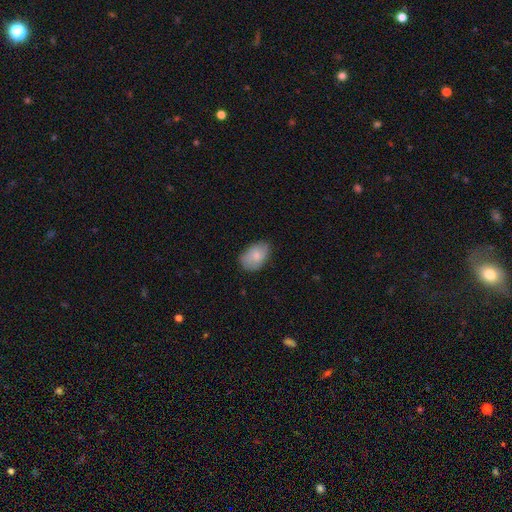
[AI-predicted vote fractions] The model was most divided on "merging": none: 73%, minor disturbance: 22%, major disturbance: 4%, merger: 1%. More confident: how rounded — in between (87%); smooth or featured — smooth (78%).